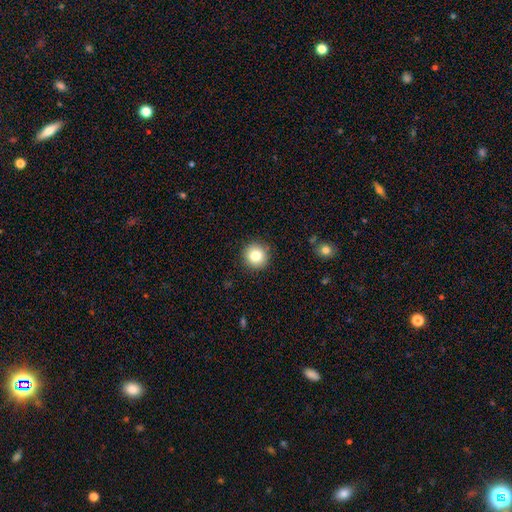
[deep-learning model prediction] Overall: smooth (81%). How rounded: round (94%). Merging: none (91%).